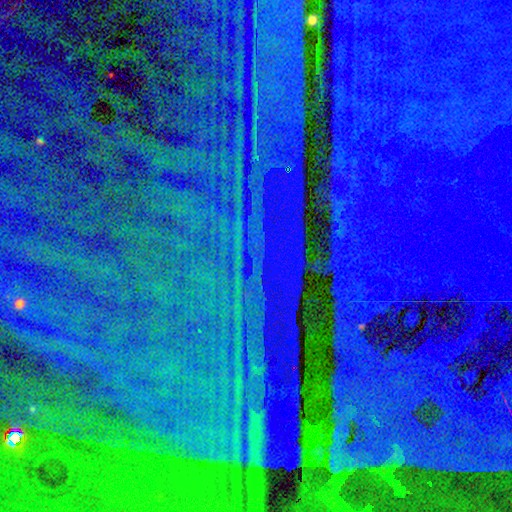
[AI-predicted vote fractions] Smooth or featured: star or artifact — 88% (featured or disk — 7%)